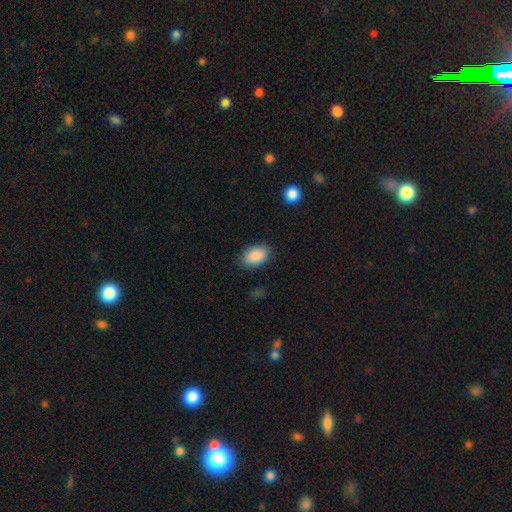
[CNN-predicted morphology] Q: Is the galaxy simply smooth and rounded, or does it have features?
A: smooth — 89%.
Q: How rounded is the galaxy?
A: in between — 91%.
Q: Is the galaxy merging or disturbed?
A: none — 86%.